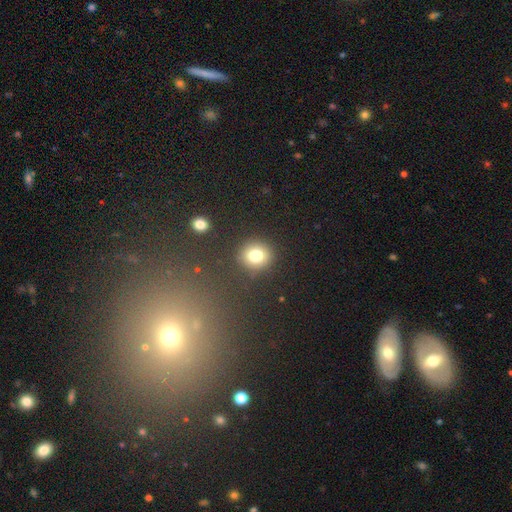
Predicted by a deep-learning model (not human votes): The model was most divided on "smooth or featured": smooth: 77%, star or artifact: 14%, featured or disk: 9%. More confident: merging — none (87%); how rounded — round (86%).